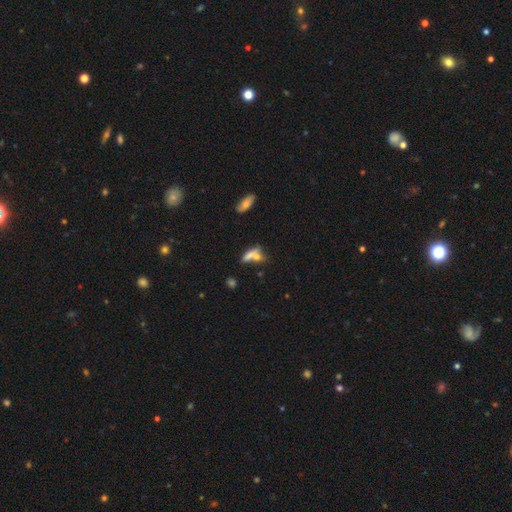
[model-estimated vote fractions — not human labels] Smooth or featured: smooth — 62% (featured or disk — 25%)
How rounded: in between — 54% (cigar-shaped — 37%)
Merging: merger — 45% (none — 35%)